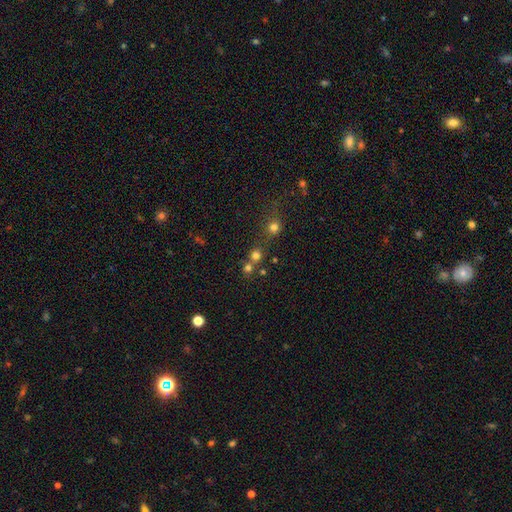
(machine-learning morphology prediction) smooth_or_featured: smooth (p=0.71) [alt: star or artifact p=0.21]
how_rounded: round (p=0.90) [alt: in between p=0.09]
merging: none (p=0.56) [alt: merger p=0.35]